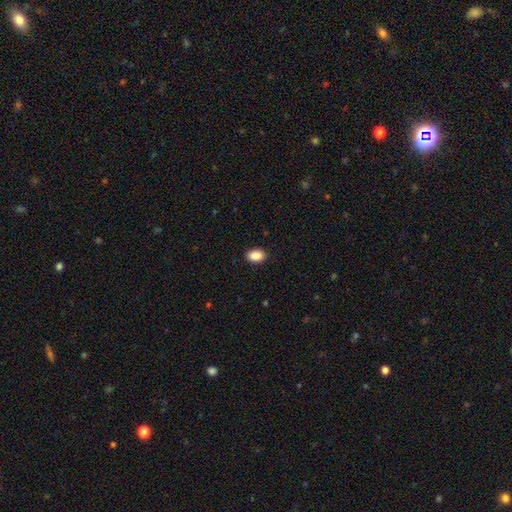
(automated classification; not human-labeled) A smooth galaxy with no disk features (90%) that is in between round and cigar-shaped (83%).

Vote fractions:
- Smooth or featured? smooth: 90% / star or artifact: 8% / featured or disk: 3%
- How rounded? in between: 83% / round: 16% / cigar-shaped: 1%
- Merging? none: 90% / minor disturbance: 7% / major disturbance: 2% / merger: 1%